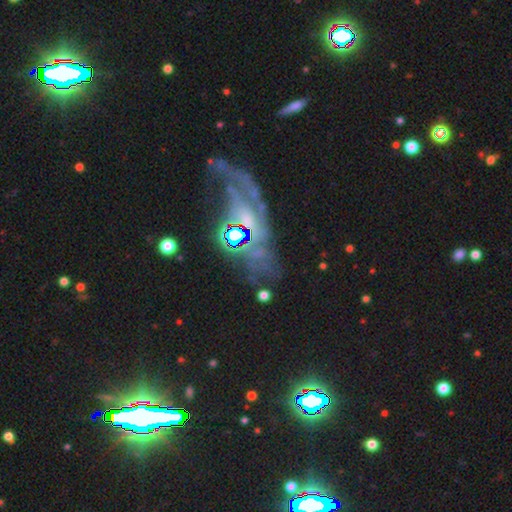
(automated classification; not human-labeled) smooth_or_featured: featured or disk (p=0.66) [alt: star or artifact p=0.22]
disk_edge_on: no (p=0.87) [alt: yes p=0.13]
bar: no (p=0.52) [alt: weak p=0.32]
has_spiral_arms: yes (p=0.75) [alt: no p=0.25]
bulge_size: moderate (p=0.40) [alt: small p=0.38]
merging: none (p=0.43) [alt: major disturbance p=0.31]